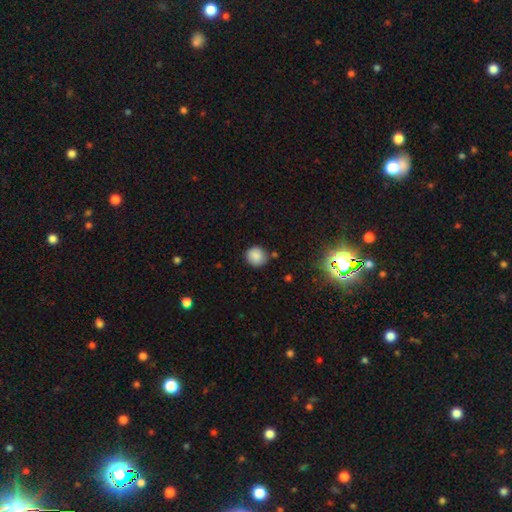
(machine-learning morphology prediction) The model was most divided on "merging": none: 80%, minor disturbance: 14%, merger: 4%, major disturbance: 3%. More confident: how rounded — round (88%); smooth or featured — smooth (86%).